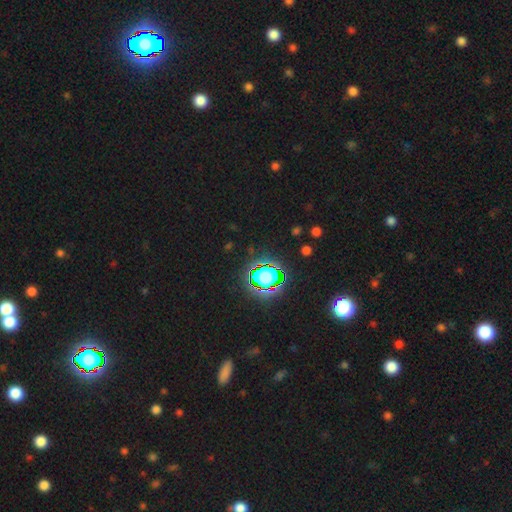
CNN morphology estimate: This appears to be a star or artifact, not a galaxy (82%).